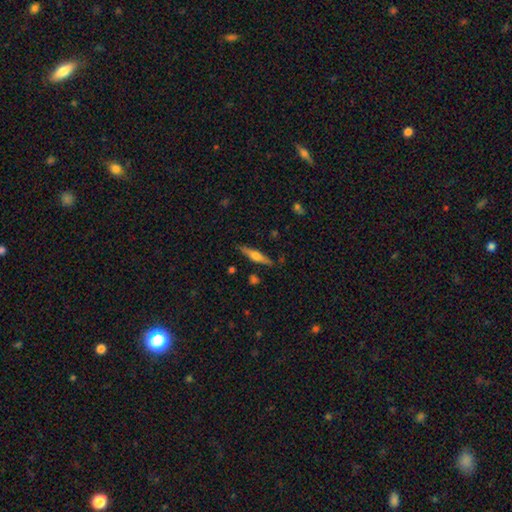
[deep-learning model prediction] Smooth or featured: featured or disk — 57% (smooth — 37%)
Edge-on disk: yes — 95% (no — 5%)
Edge-on bulge: rounded — 86% (boxy — 9%)
Merging: none — 85% (minor disturbance — 11%)